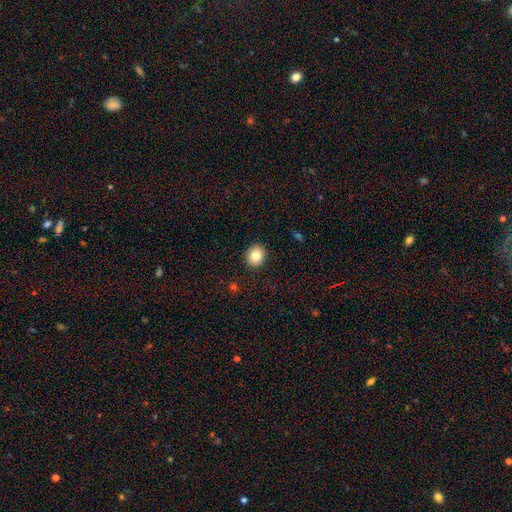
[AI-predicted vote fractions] smooth-or-featured: smooth: 81% | featured or disk: 10% | star or artifact: 9%
  how-rounded: round: 72% | in between: 27% | cigar-shaped: 1%
  merging: none: 91% | minor disturbance: 6% | major disturbance: 2% | merger: 1%